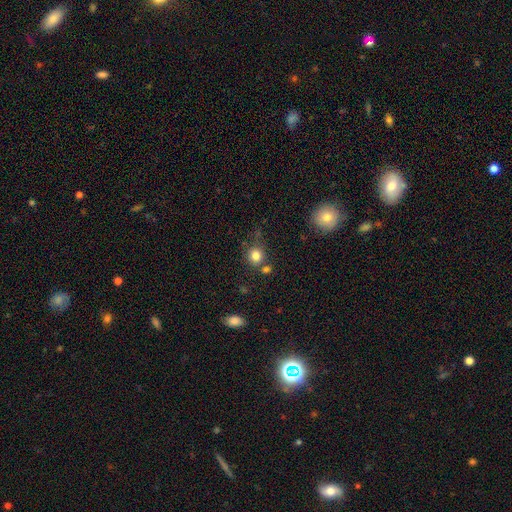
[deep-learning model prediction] Overall: smooth (82%). How rounded: round (84%). Merging: none (68%).